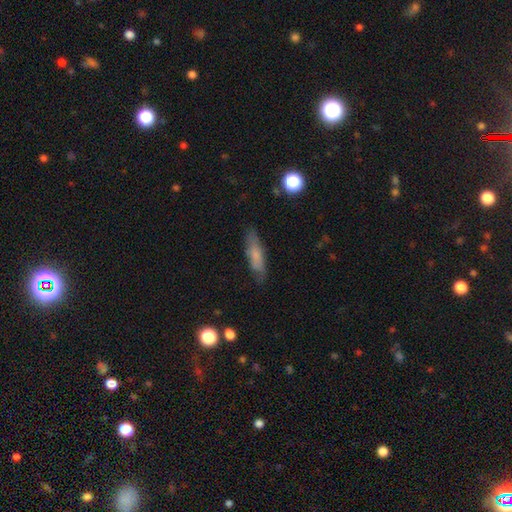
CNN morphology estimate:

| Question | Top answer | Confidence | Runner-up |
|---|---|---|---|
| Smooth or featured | smooth | 68% | featured or disk (23%) |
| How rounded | cigar-shaped | 68% | in between (30%) |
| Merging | none | 77% | minor disturbance (17%) |